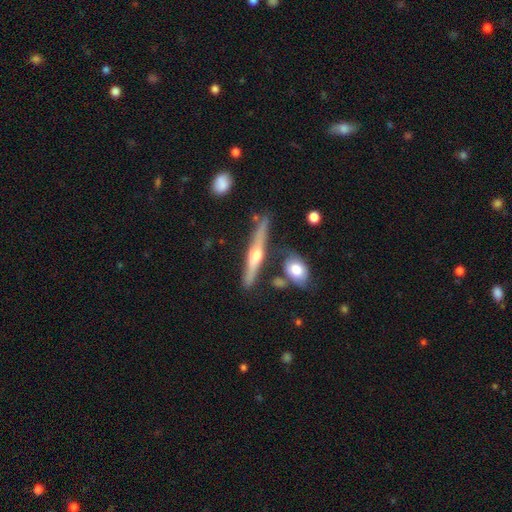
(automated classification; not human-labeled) Overall: featured or disk (69%). Edge-on disk: yes (95%). Edge-on bulge: rounded (89%). Merging: none (77%).